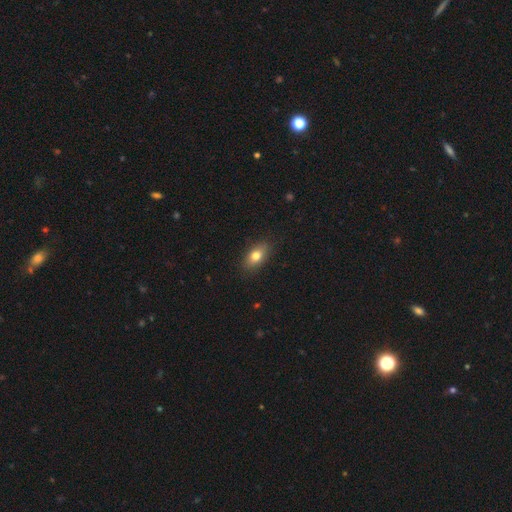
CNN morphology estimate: smooth_or_featured: smooth (p=0.77) [alt: featured or disk p=0.15]
how_rounded: in between (p=0.84) [alt: round p=0.11]
merging: none (p=0.86) [alt: minor disturbance p=0.10]